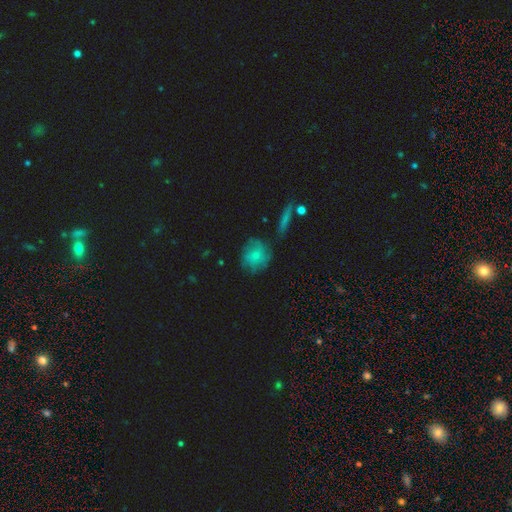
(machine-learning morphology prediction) A smooth galaxy with no disk features (65%) that is round (83%). Merging: none (66%).